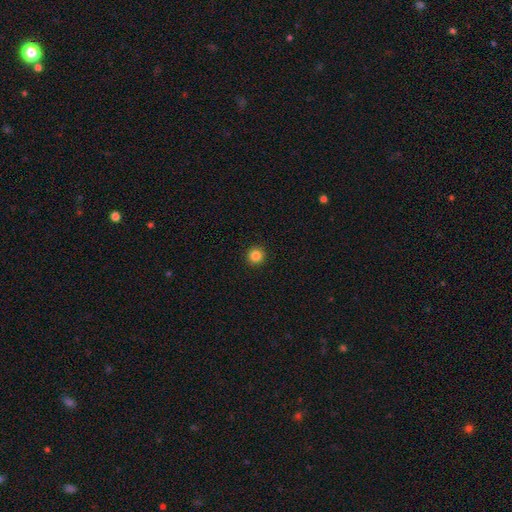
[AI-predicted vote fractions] Overall: smooth (85%). How rounded: round (95%). Merging: none (93%).